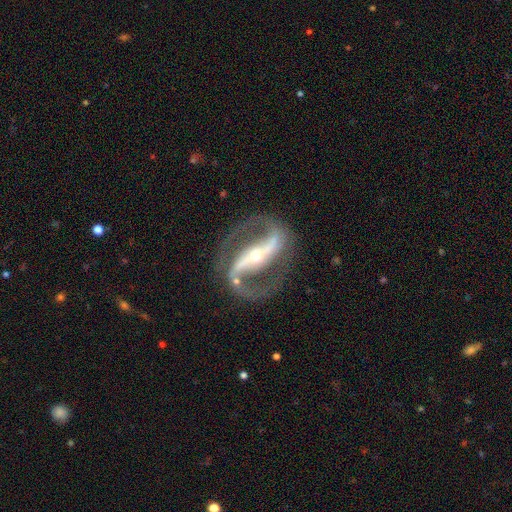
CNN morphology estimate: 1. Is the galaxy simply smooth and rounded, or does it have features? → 92% featured or disk, 4% star or artifact, 4% smooth.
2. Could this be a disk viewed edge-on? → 94% no, 6% yes.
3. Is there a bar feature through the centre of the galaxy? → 77% strong, 13% weak, 10% no.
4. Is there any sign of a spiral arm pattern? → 96% yes, 4% no.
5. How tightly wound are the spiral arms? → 55% medium, 29% loose, 16% tight.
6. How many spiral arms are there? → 94% 2, 2% can't tell, 2% 1, 1% 3, 1% 4, 1% more than 4.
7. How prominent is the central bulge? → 61% small, 35% moderate, 2% large, 1% dominant, 1% none.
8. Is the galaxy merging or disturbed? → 82% none, 10% minor disturbance, 6% major disturbance, 2% merger.